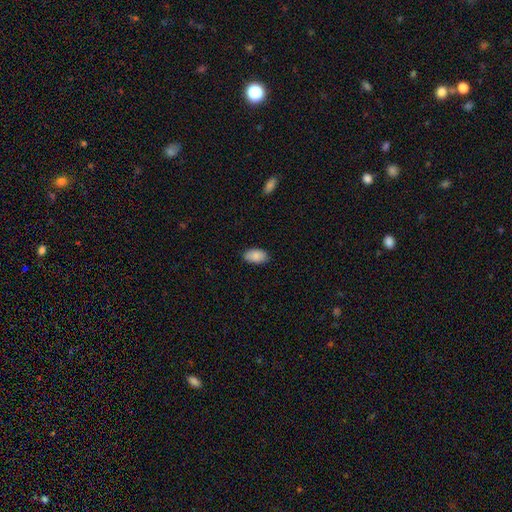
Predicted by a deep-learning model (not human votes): Smooth or featured: smooth — 88% (star or artifact — 6%)
How rounded: in between — 95% (round — 4%)
Merging: none — 87% (minor disturbance — 10%)